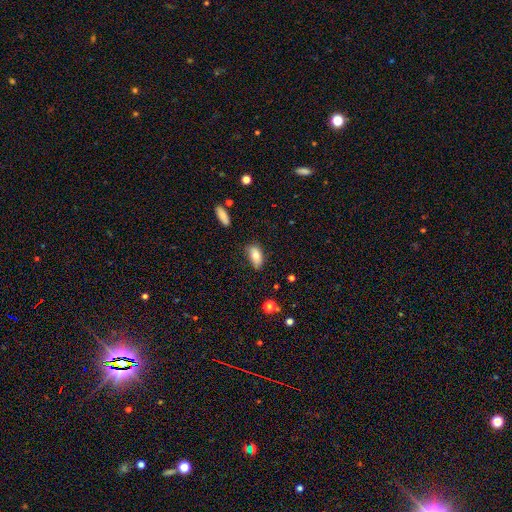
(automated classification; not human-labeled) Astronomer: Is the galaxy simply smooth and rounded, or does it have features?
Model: smooth — 76%.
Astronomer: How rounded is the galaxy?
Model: in between — 91%.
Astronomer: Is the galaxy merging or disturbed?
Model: none — 70%.